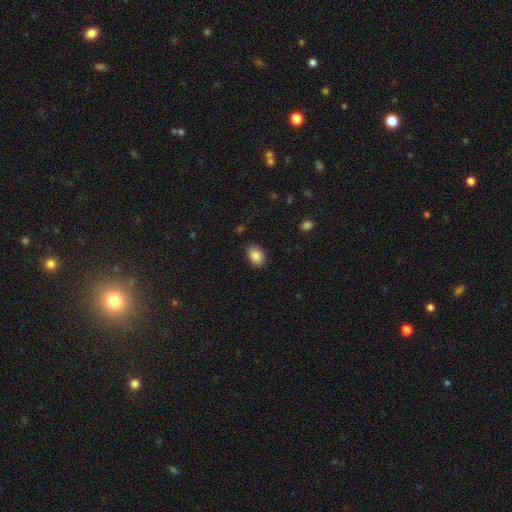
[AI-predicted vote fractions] The model was most divided on "how rounded": in between: 78%, round: 20%, cigar-shaped: 1%. More confident: smooth or featured — smooth (88%); merging — none (85%).